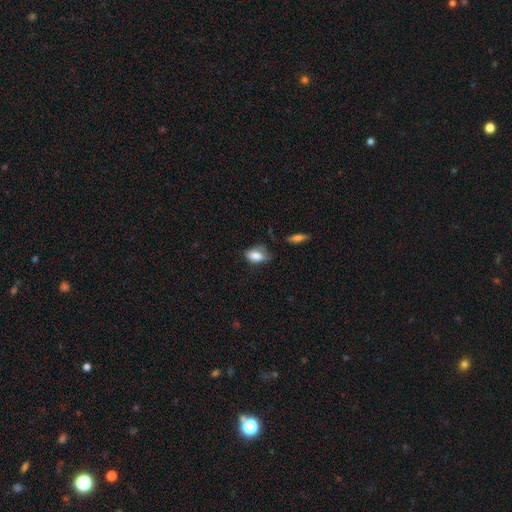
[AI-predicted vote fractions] Smooth or featured? smooth (83%)
How rounded? in between (88%)
Merging? none (49%)